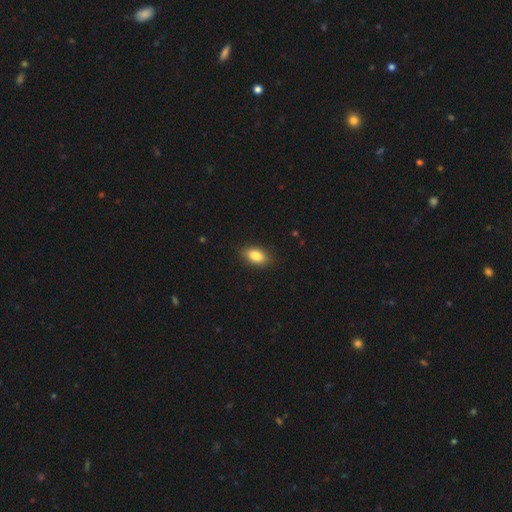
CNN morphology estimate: A smooth galaxy with no disk features (84%) that is in between round and cigar-shaped (89%). Merging: none (88%).